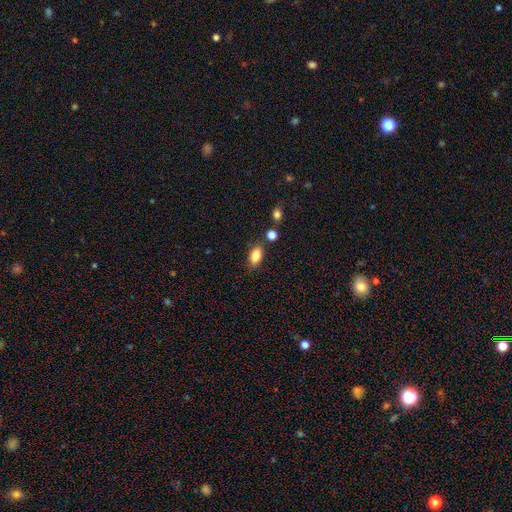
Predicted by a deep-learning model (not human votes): Morphology: type=smooth (84%); roundness=in between (88%); merging=none (80%).